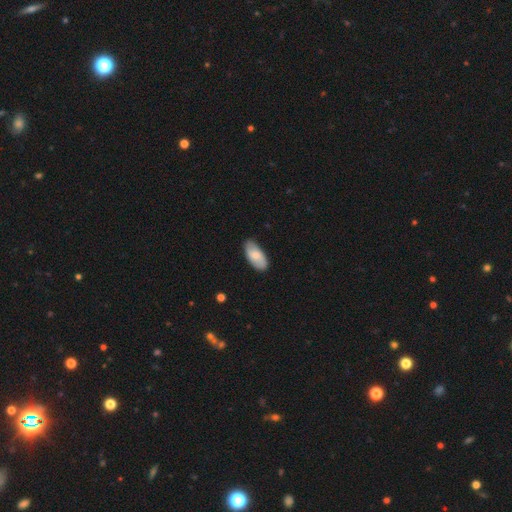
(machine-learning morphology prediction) The model was most divided on "smooth or featured": smooth: 74%, featured or disk: 20%, star or artifact: 6%. More confident: how rounded — in between (93%); merging — none (82%).